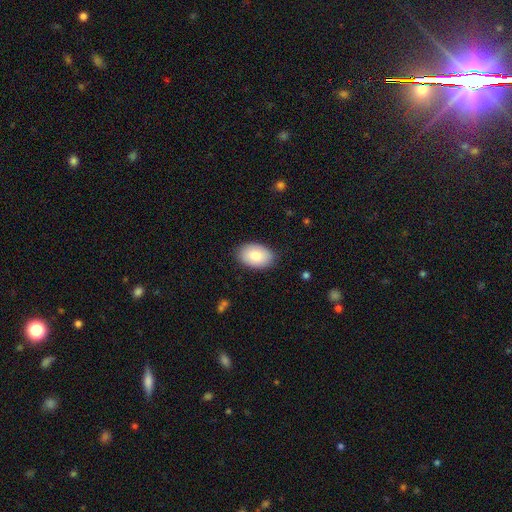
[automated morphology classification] type=smooth (84%); roundness=in between (90%); merging=none (86%).